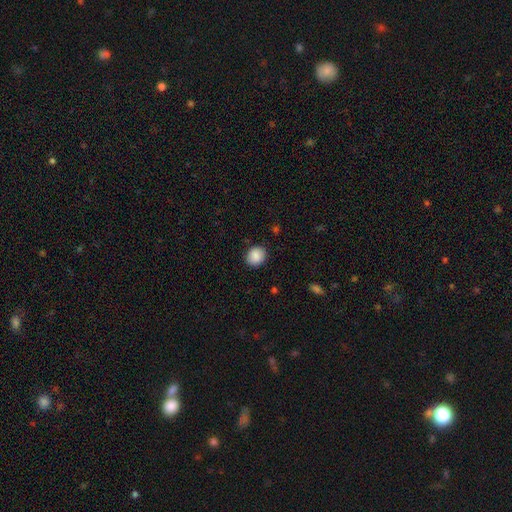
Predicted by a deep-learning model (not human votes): Smooth or featured: smooth — 88% (star or artifact — 8%)
How rounded: round — 68% (in between — 31%)
Merging: none — 87% (minor disturbance — 9%)